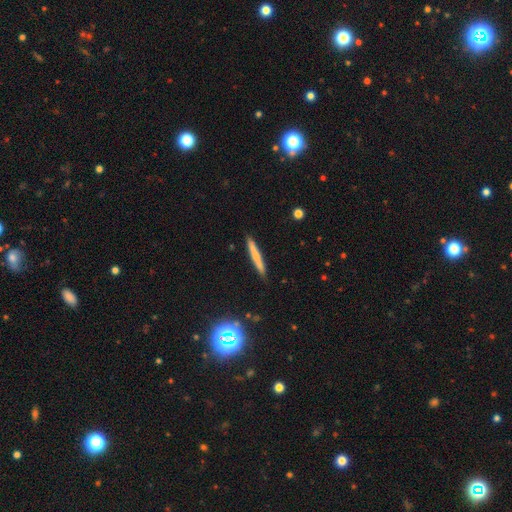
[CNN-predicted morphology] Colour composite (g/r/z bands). It shows a smooth galaxy with no disk features (57%) that is cigar-shaped (95%). Merging: none (89%).